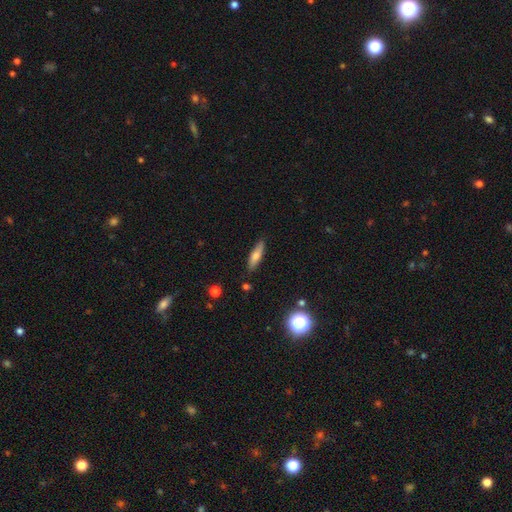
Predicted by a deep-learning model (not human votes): Smooth or featured? Predicted: smooth (p=0.65). How rounded? Predicted: cigar-shaped (p=0.67). Merging? Predicted: none (p=0.86).